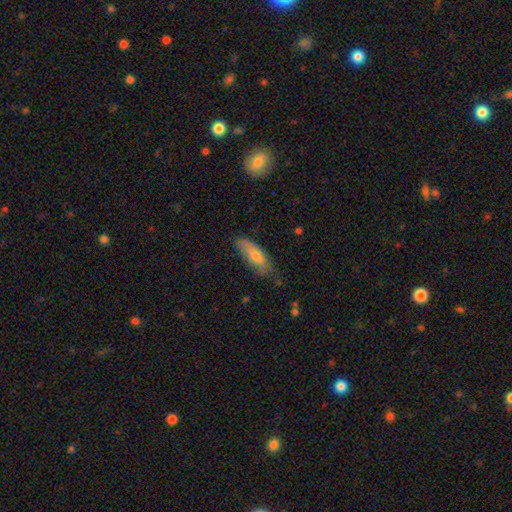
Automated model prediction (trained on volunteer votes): Overall: smooth (72%). How rounded: in between (64%; cigar-shaped 34%). Merging: none (71%).